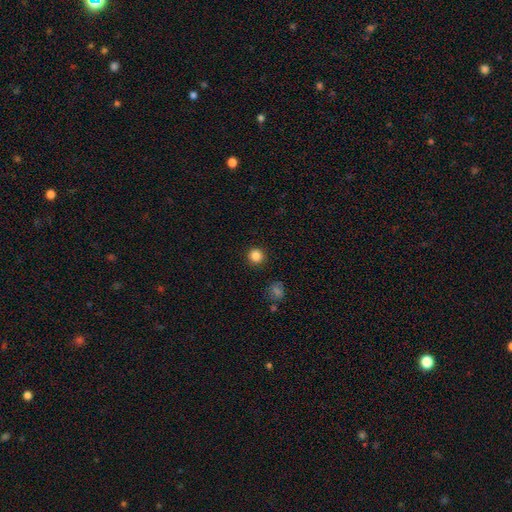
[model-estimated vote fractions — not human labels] smooth 85%, star or artifact 11%, featured or disk 4%. Down the decision tree: how rounded — round (95%); merging — none (92%).